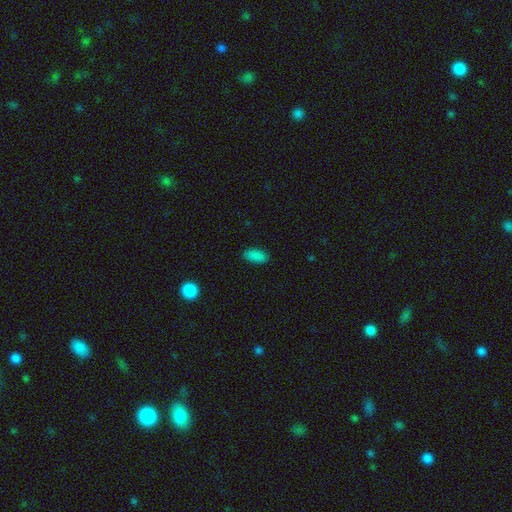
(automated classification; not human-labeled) The model was most divided on "smooth or featured": smooth: 88%, star or artifact: 9%, featured or disk: 3%. More confident: how rounded — in between (91%); merging — none (88%).